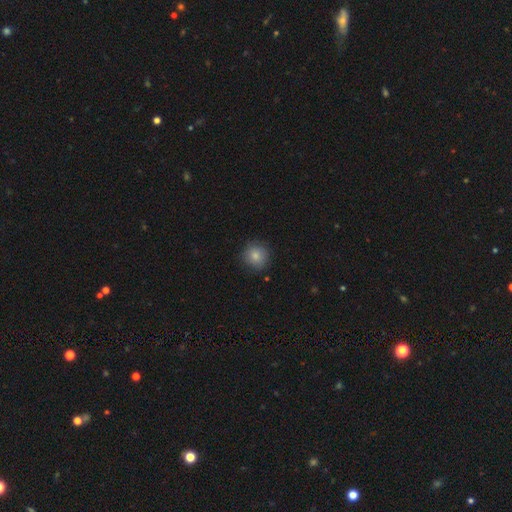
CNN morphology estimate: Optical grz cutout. It shows a smooth galaxy with no disk features (83%) that is round (92%). Merging: none (86%).